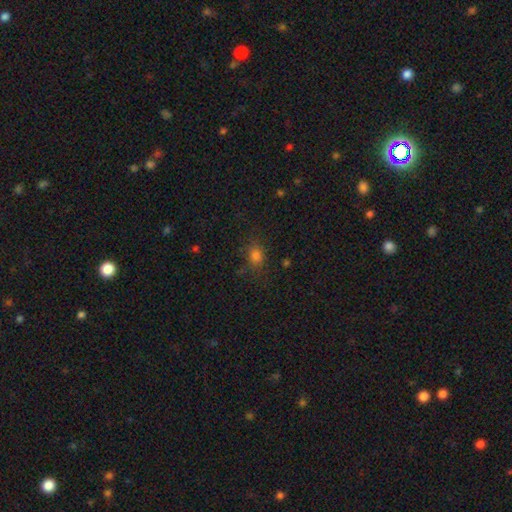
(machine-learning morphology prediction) This appears to be a smooth galaxy with no disk features (77%) that is round (54%). Merging: none (74%).